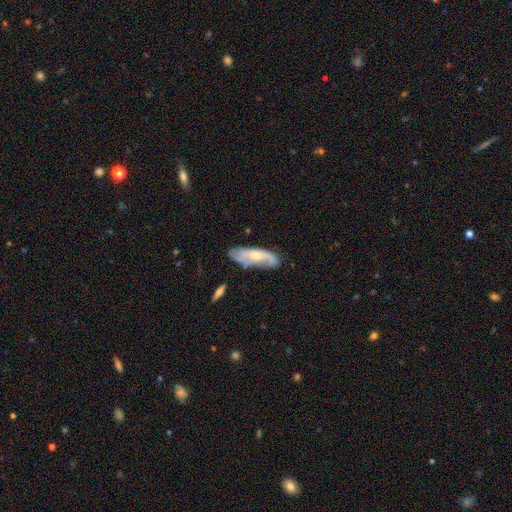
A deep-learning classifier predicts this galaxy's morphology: Overall: featured or disk (58%; smooth 36%). Edge-on disk: no (82%). Merging: none (58%; minor disturbance 27%).